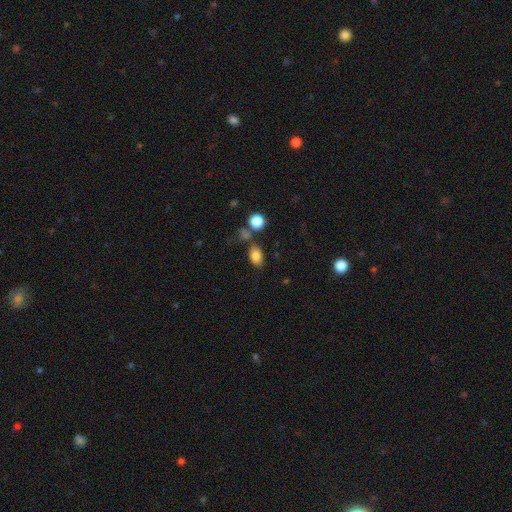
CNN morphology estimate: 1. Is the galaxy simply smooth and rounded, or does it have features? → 82% smooth, 10% star or artifact, 8% featured or disk.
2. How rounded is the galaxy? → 83% in between, 15% round, 2% cigar-shaped.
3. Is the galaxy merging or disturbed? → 67% none, 14% minor disturbance, 14% merger, 5% major disturbance.